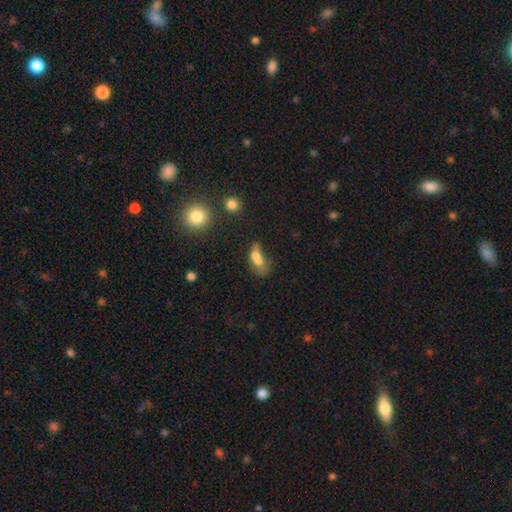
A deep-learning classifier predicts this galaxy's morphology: A smooth galaxy with no disk features (67%) that is in between round and cigar-shaped (72%). Merging: merger (51%).